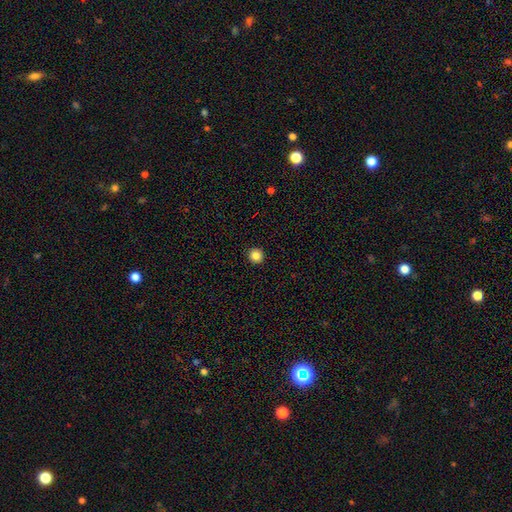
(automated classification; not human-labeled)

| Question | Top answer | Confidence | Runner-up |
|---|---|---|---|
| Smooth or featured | smooth | 85% | star or artifact (11%) |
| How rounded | round | 95% | in between (4%) |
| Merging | none | 94% | minor disturbance (4%) |